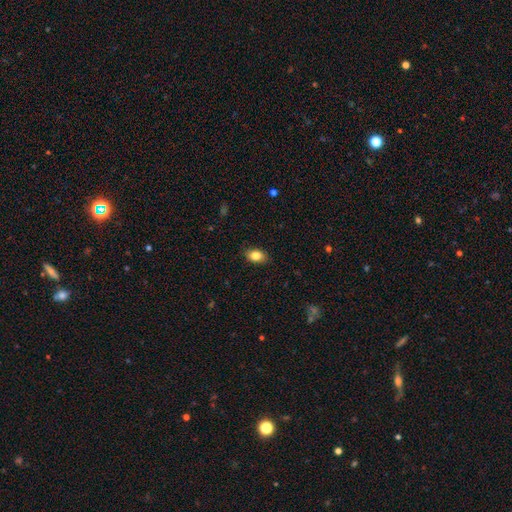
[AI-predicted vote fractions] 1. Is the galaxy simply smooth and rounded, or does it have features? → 84% smooth, 8% star or artifact, 7% featured or disk.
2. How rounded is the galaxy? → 83% in between, 15% round, 2% cigar-shaped.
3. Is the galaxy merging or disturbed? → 86% none, 10% minor disturbance, 2% major disturbance, 1% merger.